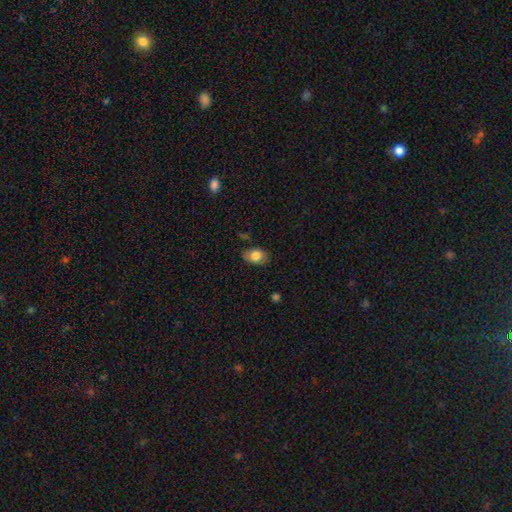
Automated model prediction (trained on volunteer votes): Smooth or featured: smooth — 79% (featured or disk — 14%)
How rounded: in between — 84% (round — 15%)
Merging: none — 79% (minor disturbance — 16%)